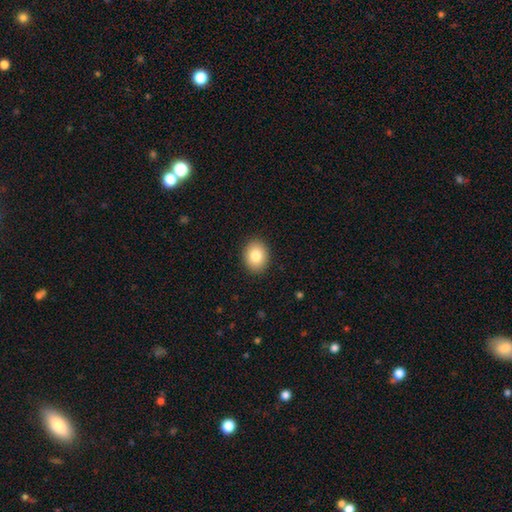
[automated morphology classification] A smooth galaxy with no disk features (82%) that is in between round and cigar-shaped (50%). Merging: none (90%).